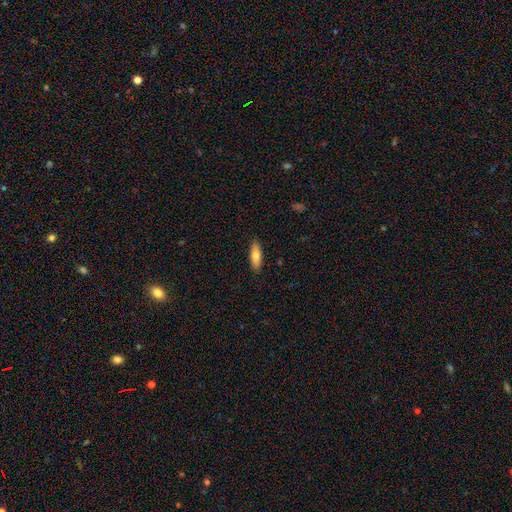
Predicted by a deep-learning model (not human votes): A smooth galaxy with no disk features (72%) that is in between round and cigar-shaped (51%). Merging: none (89%).